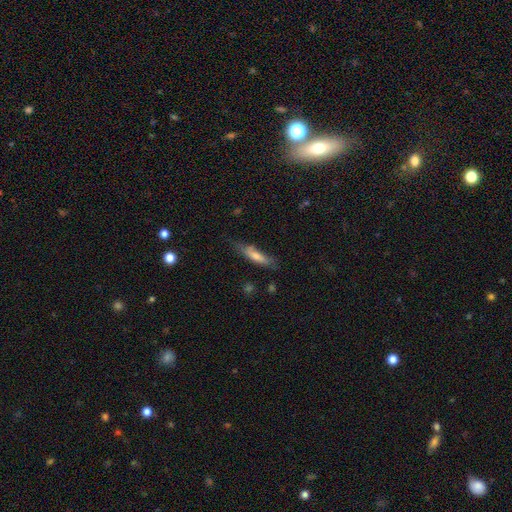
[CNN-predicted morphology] smooth 47%, featured or disk 41%, star or artifact 12%. Down the decision tree: merging — none (73%).